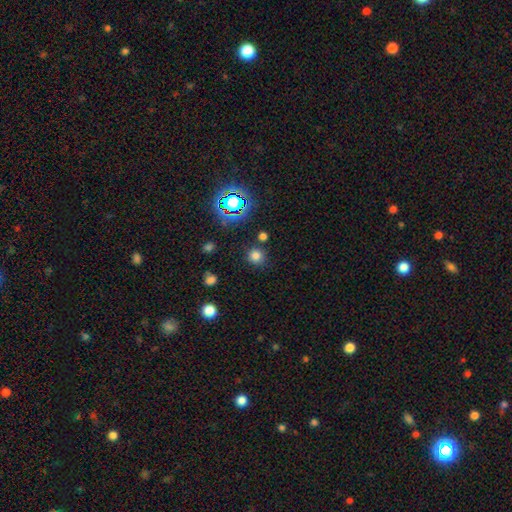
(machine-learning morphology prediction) smooth-or-featured: smooth: 73% | star or artifact: 21% | featured or disk: 6%
  how-rounded: round: 93% | in between: 6% | cigar-shaped: 1%
  merging: none: 83% | minor disturbance: 8% | merger: 6% | major disturbance: 3%